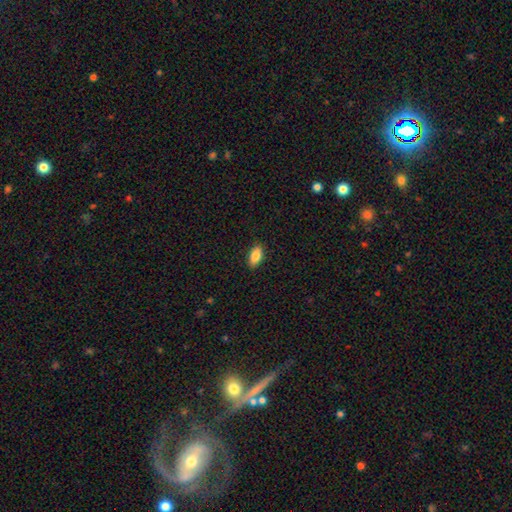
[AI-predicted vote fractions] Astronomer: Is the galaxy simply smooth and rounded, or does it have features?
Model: smooth — 85%.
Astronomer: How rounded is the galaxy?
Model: in between — 90%.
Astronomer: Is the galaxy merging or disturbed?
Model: none — 89%.